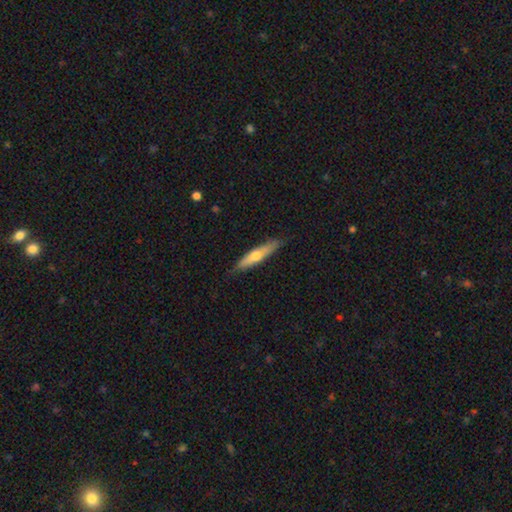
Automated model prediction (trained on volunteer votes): Smooth or featured? Predicted: smooth (p=0.52). How rounded? Predicted: cigar-shaped (p=0.83). Merging? Predicted: none (p=0.84).